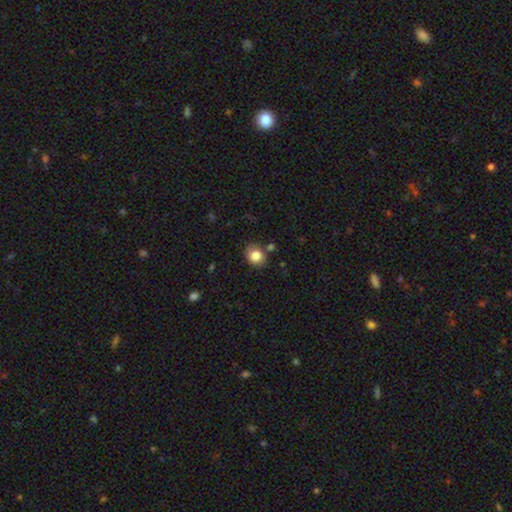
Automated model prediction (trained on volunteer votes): The model was most divided on "how rounded": round: 61%, in between: 38%, cigar-shaped: 1%. More confident: smooth or featured — smooth (82%); merging — none (71%).